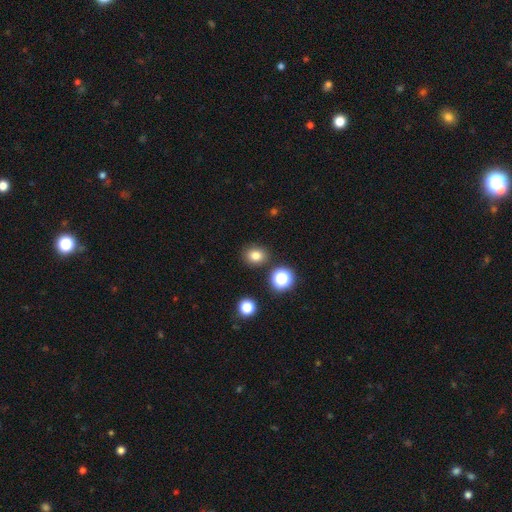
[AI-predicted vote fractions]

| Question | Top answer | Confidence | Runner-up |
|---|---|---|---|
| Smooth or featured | smooth | 79% | star or artifact (15%) |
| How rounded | round | 67% | in between (32%) |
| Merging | none | 85% | minor disturbance (8%) |